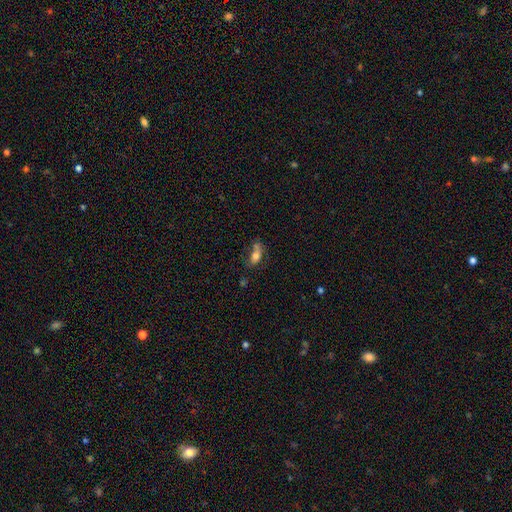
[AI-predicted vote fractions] Overall: smooth (68%). How rounded: in between (78%). Merging: none (44%; minor disturbance 27%).